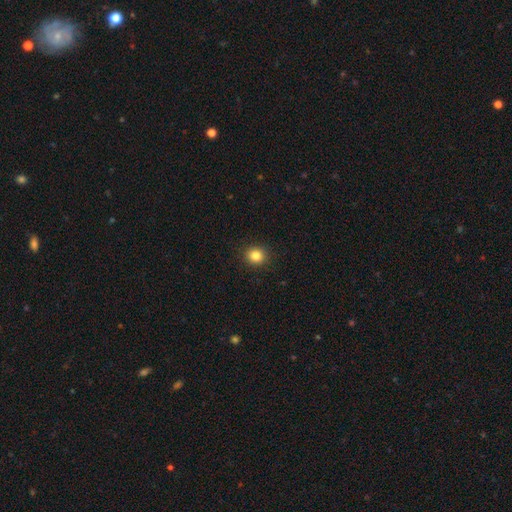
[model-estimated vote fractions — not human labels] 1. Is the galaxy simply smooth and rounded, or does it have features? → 84% smooth, 11% star or artifact, 5% featured or disk.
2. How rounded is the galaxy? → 82% round, 17% in between, 1% cigar-shaped.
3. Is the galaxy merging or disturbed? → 92% none, 6% minor disturbance, 2% major disturbance, 1% merger.